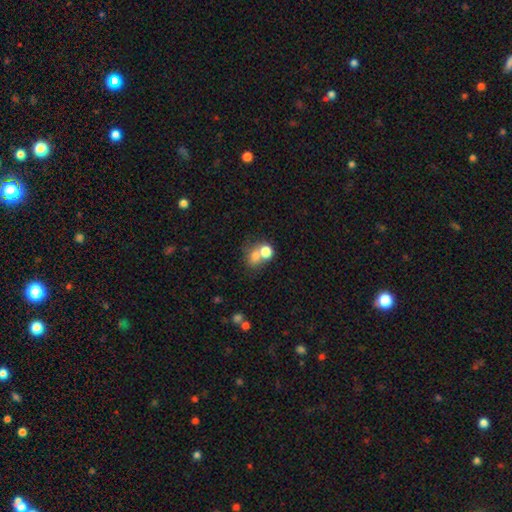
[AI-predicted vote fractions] smooth-or-featured: smooth: 72% | featured or disk: 15% | star or artifact: 13%
  how-rounded: round: 63% | in between: 36% | cigar-shaped: 1%
  merging: merger: 56% | none: 30% | minor disturbance: 8% | major disturbance: 6%